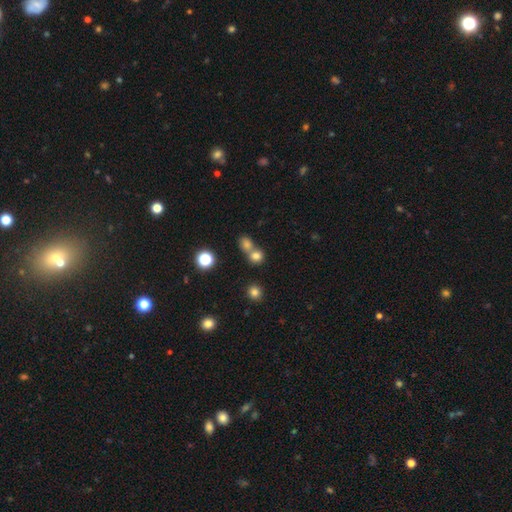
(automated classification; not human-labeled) Smooth or featured? Predicted: smooth (p=0.76). How rounded? Predicted: round (p=0.80). Merging? Predicted: merger (p=0.49).